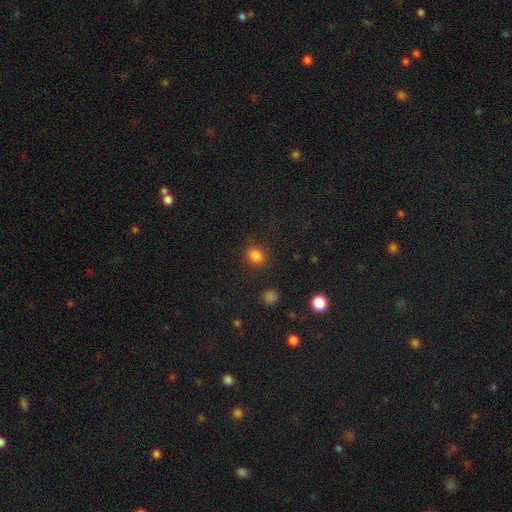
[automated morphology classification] Smooth or featured? Predicted: smooth (p=0.83). How rounded? Predicted: round (p=0.68). Merging? Predicted: none (p=0.86).